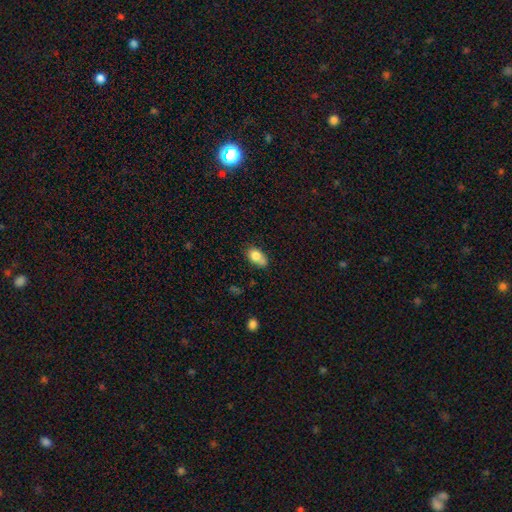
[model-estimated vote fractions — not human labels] Overall: smooth (79%). How rounded: in between (83%). Merging: none (54%; minor disturbance 28%).